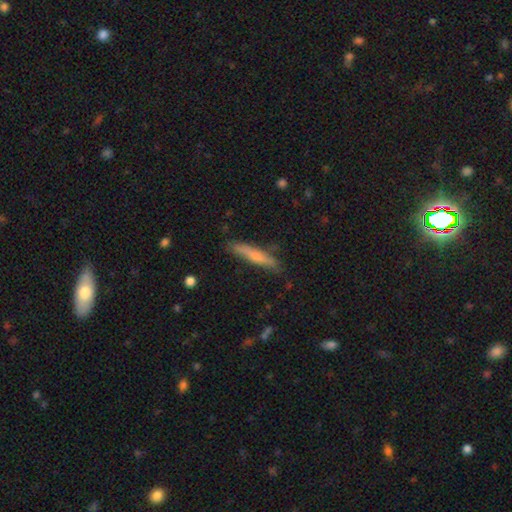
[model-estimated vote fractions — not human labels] Smooth or featured? smooth (54%)
How rounded? cigar-shaped (92%)
Merging? none (83%)